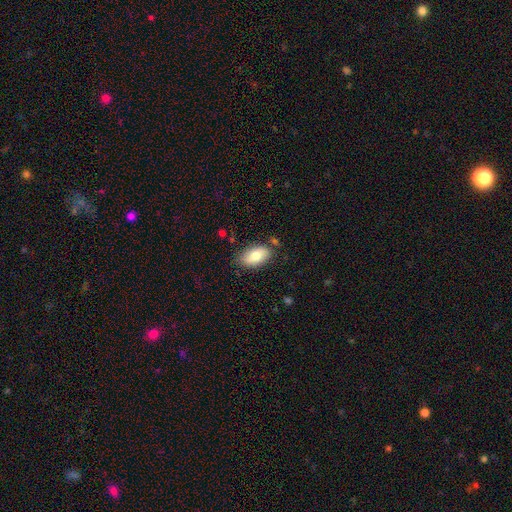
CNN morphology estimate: Q: Smooth or featured?
A: smooth (78%); runner-up: featured or disk (15%)
Q: How rounded?
A: in between (93%); runner-up: round (4%)
Q: Merging?
A: none (78%); runner-up: minor disturbance (15%)